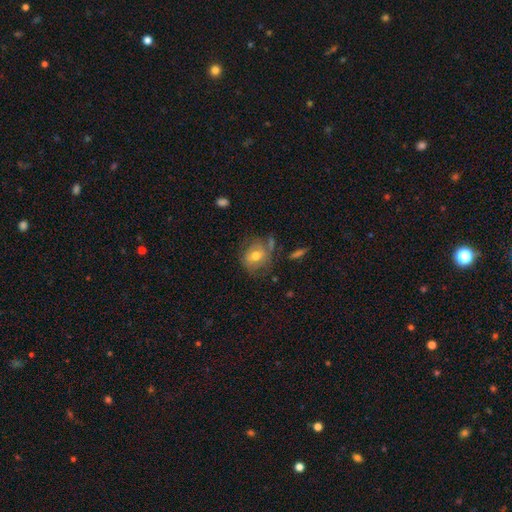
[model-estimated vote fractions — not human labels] This appears to be a smooth galaxy with no disk features (53%) that is round (64%). Merging: none (57%).